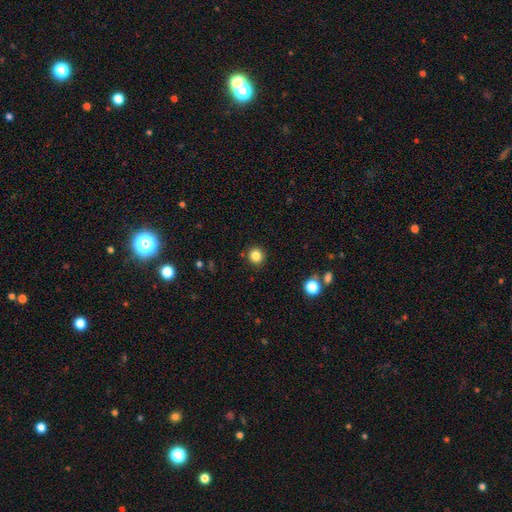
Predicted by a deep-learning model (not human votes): Smooth or featured? Predicted: smooth (p=0.85). How rounded? Predicted: round (p=0.90). Merging? Predicted: none (p=0.90).